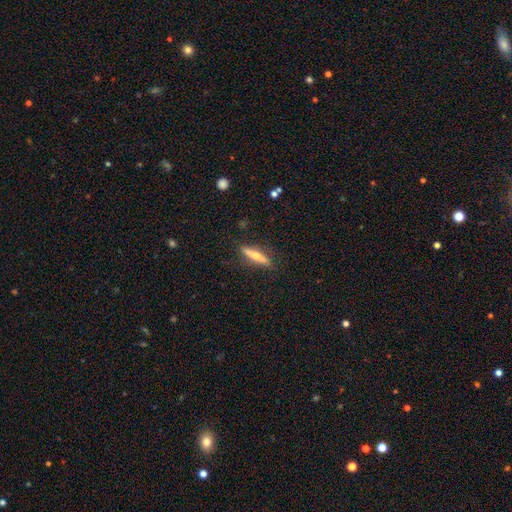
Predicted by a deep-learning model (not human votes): Smooth or featured: featured or disk — 47% (smooth — 46%)
Merging: none — 87% (minor disturbance — 9%)